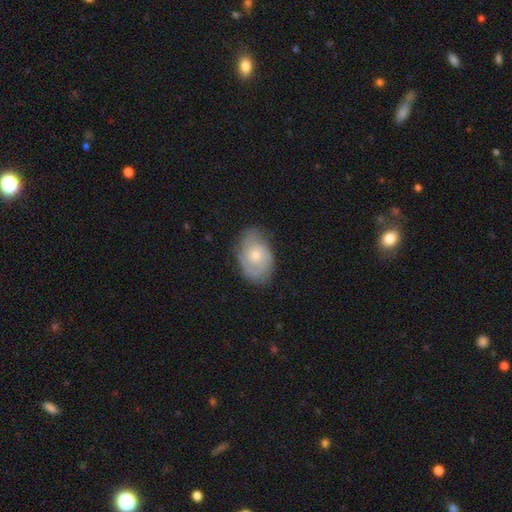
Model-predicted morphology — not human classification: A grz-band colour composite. It shows a featured or disk galaxy (67%) with no bar (76%), 2 (41%) tight (59%) spiral arms (89%) and a small central bulge (50%). Merging: none (70%).